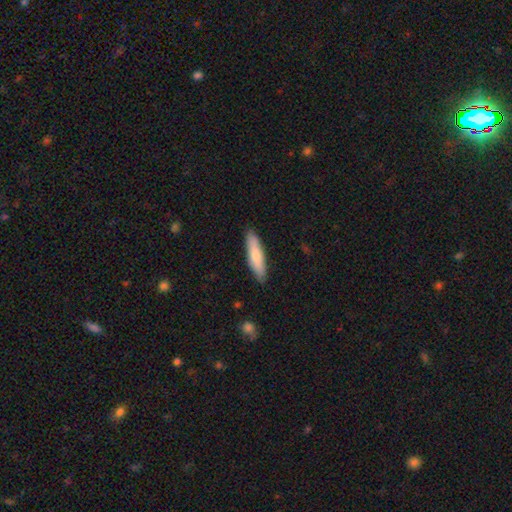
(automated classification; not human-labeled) smooth_or_featured: smooth (p=0.75) [alt: featured or disk p=0.20]
how_rounded: cigar-shaped (p=0.78) [alt: in between p=0.21]
merging: none (p=0.88) [alt: minor disturbance p=0.09]